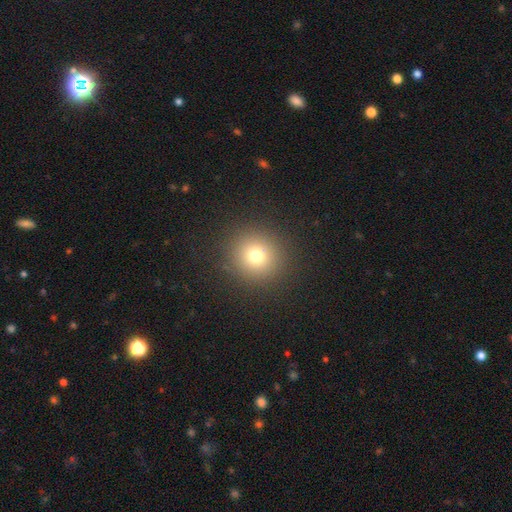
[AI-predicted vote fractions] Smooth or featured? Predicted: smooth (p=0.73). How rounded? Predicted: round (p=0.94). Merging? Predicted: none (p=0.90).